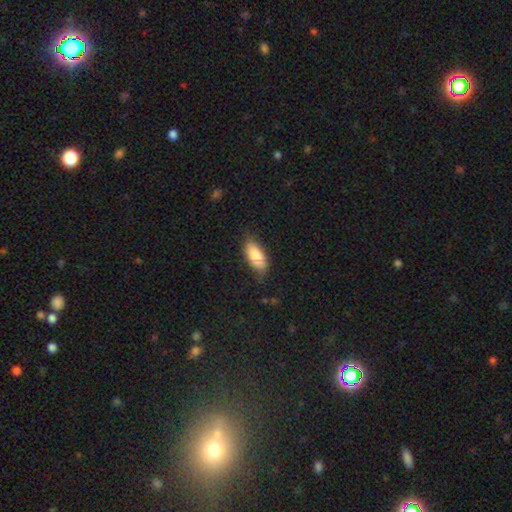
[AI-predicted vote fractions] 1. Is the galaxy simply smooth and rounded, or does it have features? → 84% smooth, 10% featured or disk, 6% star or artifact.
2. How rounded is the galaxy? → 86% in between, 12% cigar-shaped, 2% round.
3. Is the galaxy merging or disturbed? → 73% none, 21% minor disturbance, 4% major disturbance, 1% merger.